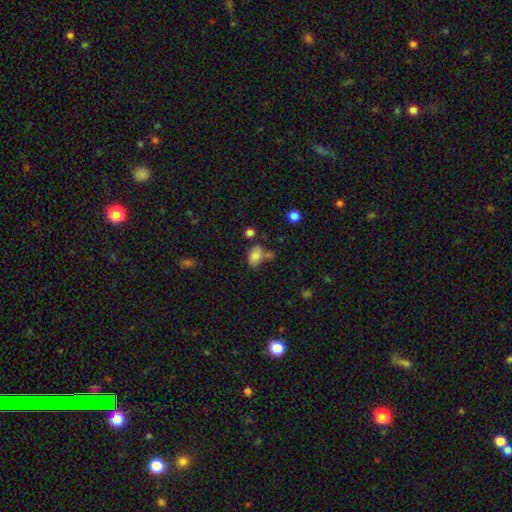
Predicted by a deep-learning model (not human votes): smooth-or-featured: smooth: 79% | featured or disk: 11% | star or artifact: 10%
  how-rounded: in between: 84% | round: 14% | cigar-shaped: 1%
  merging: none: 47% | minor disturbance: 23% | merger: 21% | major disturbance: 9%